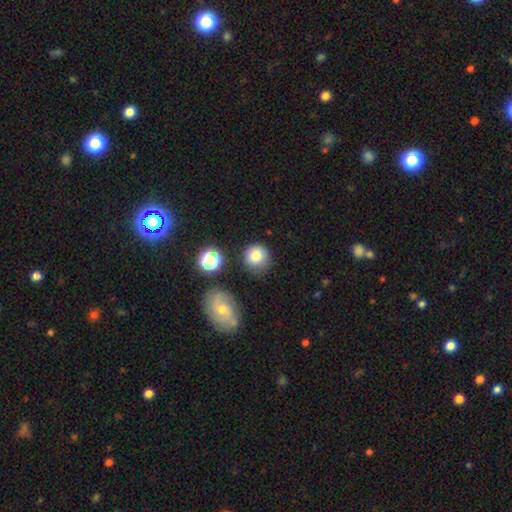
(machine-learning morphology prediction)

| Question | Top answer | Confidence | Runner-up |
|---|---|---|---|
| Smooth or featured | smooth | 80% | star or artifact (11%) |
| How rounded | round | 88% | in between (11%) |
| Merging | none | 76% | minor disturbance (14%) |